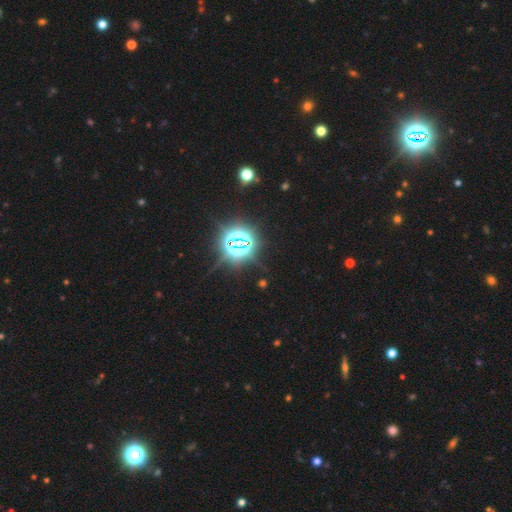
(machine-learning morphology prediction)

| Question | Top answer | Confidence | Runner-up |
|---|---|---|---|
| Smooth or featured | star or artifact | 84% | smooth (11%) |